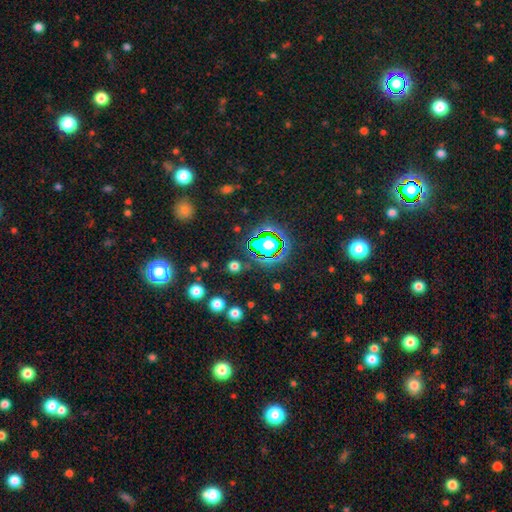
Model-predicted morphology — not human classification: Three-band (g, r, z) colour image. It shows a star or artifact, not a galaxy (78%).